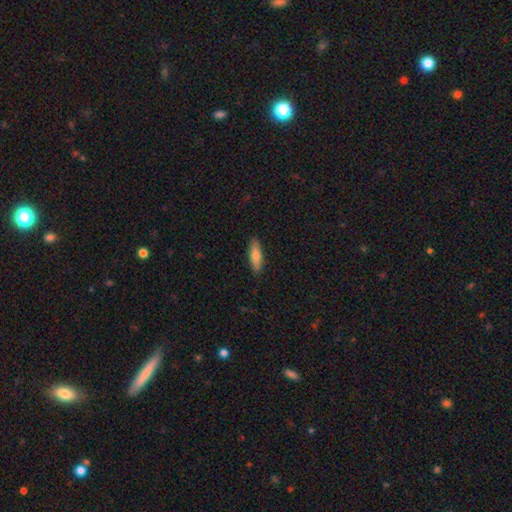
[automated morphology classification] Smooth or featured? smooth (77%)
How rounded? cigar-shaped (52%)
Merging? none (89%)